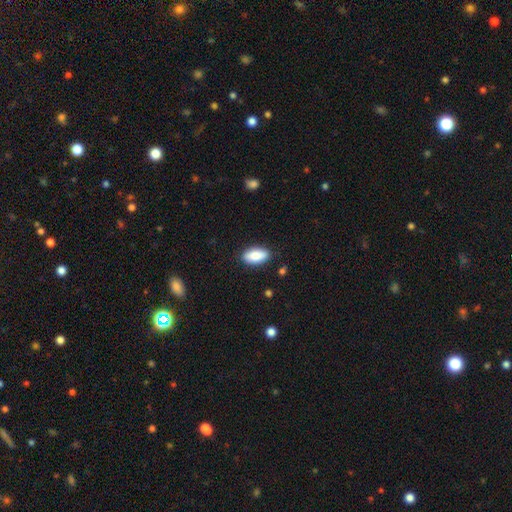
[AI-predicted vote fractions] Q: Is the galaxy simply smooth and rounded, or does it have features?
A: smooth — 83%.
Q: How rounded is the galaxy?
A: in between — 89%.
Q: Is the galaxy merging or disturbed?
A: none — 85%.